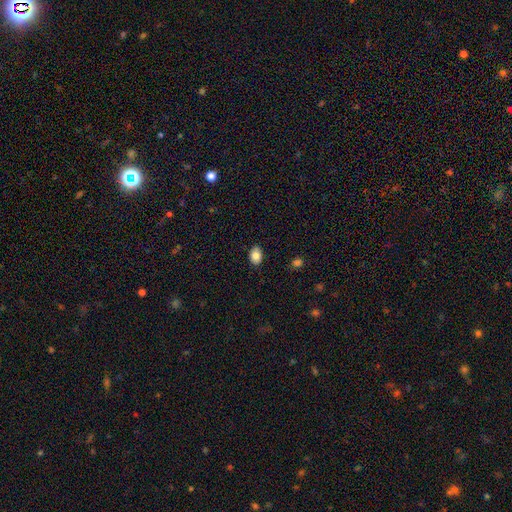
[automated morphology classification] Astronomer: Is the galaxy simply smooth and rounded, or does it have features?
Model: smooth — 81%.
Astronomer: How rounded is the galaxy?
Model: in between — 78%.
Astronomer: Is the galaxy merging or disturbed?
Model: none — 87%.